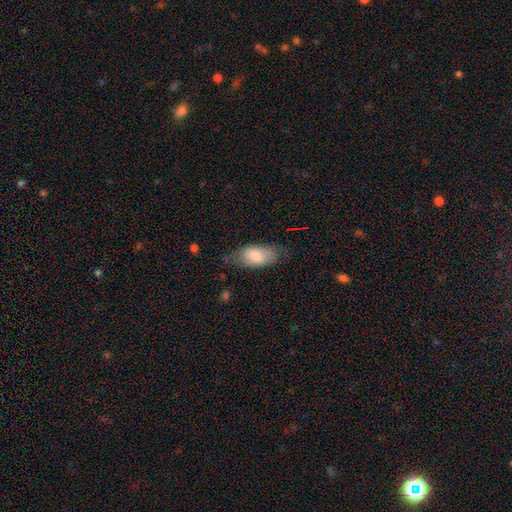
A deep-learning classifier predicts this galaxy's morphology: Smooth or featured? Predicted: smooth (p=0.78). How rounded? Predicted: in between (p=0.90). Merging? Predicted: none (p=0.59).